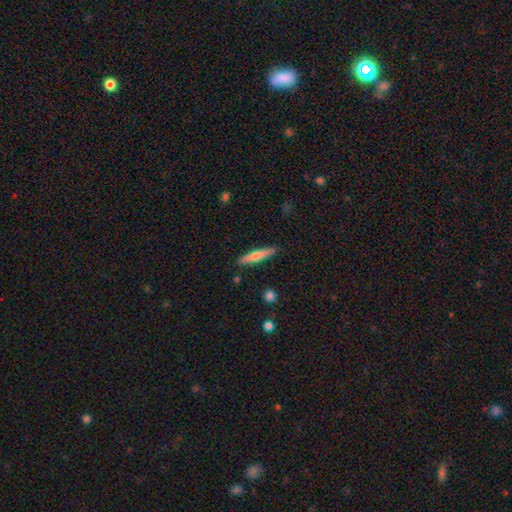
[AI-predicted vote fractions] This is possibly a smooth galaxy (56%). How rounded: clearly cigar-shaped (88%). Merging: clearly none (89%).